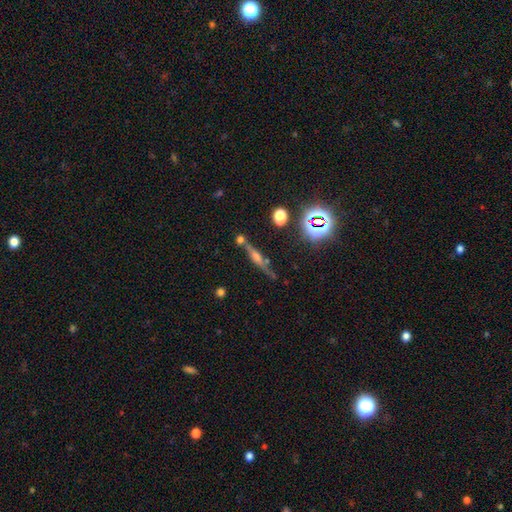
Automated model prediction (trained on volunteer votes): Smooth or featured?
  - featured or disk: 52% *
  - star or artifact: 29%
  - smooth: 19%
Edge-on disk?
  - yes: 85% *
  - no: 15%
Merging?
  - none: 72% *
  - minor disturbance: 14%
  - merger: 9%
  - major disturbance: 6%